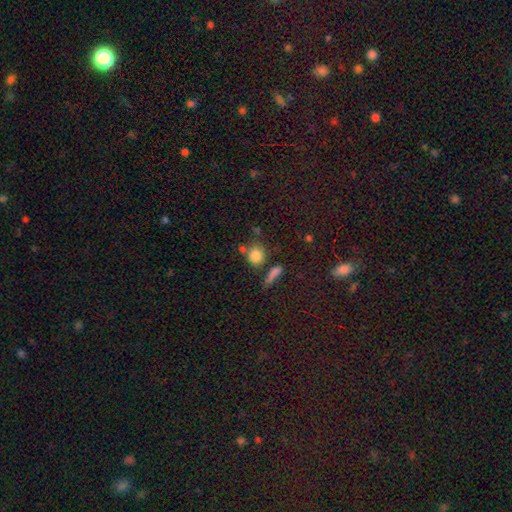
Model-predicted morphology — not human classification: This is clearly a smooth galaxy (80%). How rounded: clearly round (82%). Merging: likely none (66%).